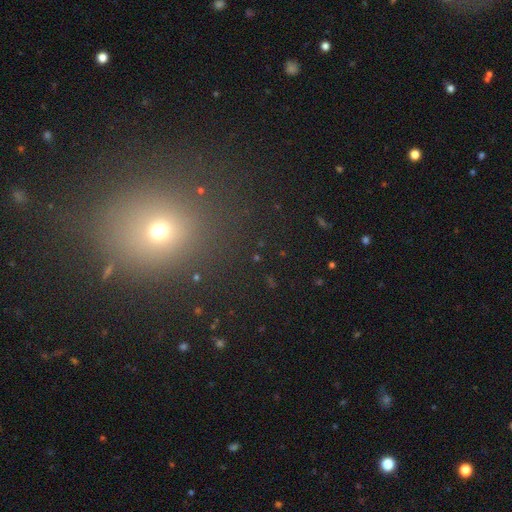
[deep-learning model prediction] Smooth or featured?
  - smooth: 52% *
  - star or artifact: 41%
  - featured or disk: 8%
How rounded?
  - round: 78% *
  - in between: 20%
  - cigar-shaped: 1%
Merging?
  - none: 85% *
  - minor disturbance: 8%
  - major disturbance: 4%
  - merger: 3%